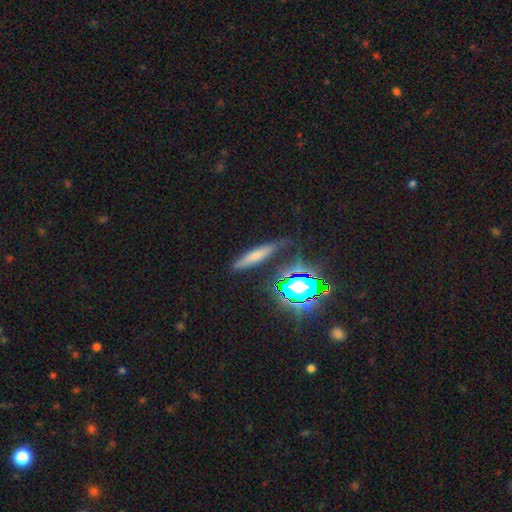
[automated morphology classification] type=smooth (61%); roundness=cigar-shaped (83%); merging=none (75%).